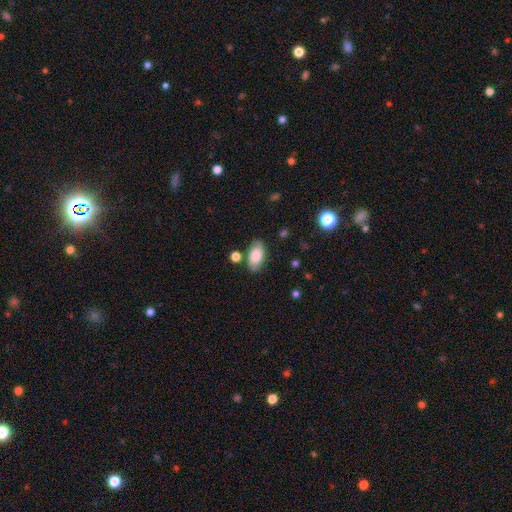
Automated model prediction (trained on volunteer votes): Smooth or featured? Predicted: smooth (p=0.78). How rounded? Predicted: in between (p=0.93). Merging? Predicted: none (p=0.76).